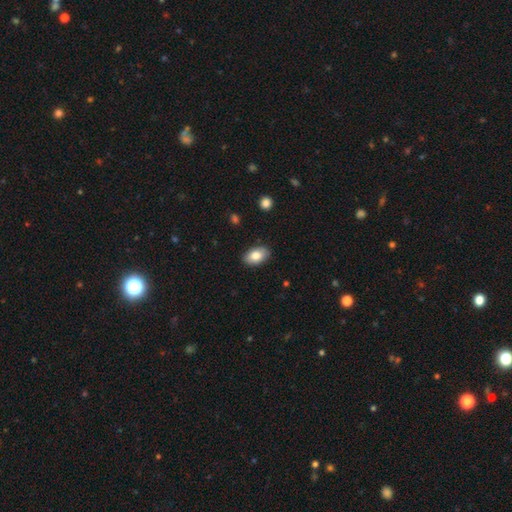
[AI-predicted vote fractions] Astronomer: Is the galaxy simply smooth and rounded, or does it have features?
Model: smooth — 80%.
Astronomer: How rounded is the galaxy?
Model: in between — 91%.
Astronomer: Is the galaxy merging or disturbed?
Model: none — 87%.